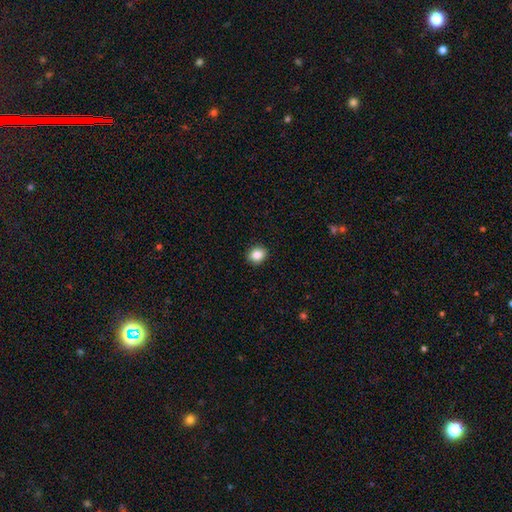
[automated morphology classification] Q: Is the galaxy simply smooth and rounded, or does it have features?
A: smooth — 85%.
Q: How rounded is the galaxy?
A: round — 65%.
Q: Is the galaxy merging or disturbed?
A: none — 91%.